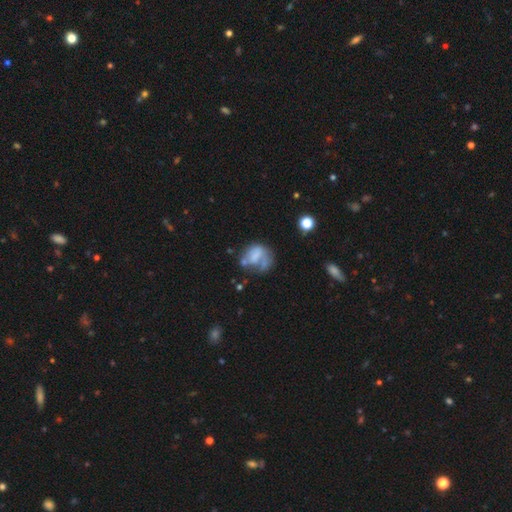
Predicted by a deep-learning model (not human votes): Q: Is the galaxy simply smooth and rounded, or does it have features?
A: smooth — 45%.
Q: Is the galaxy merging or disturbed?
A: major disturbance — 35%.